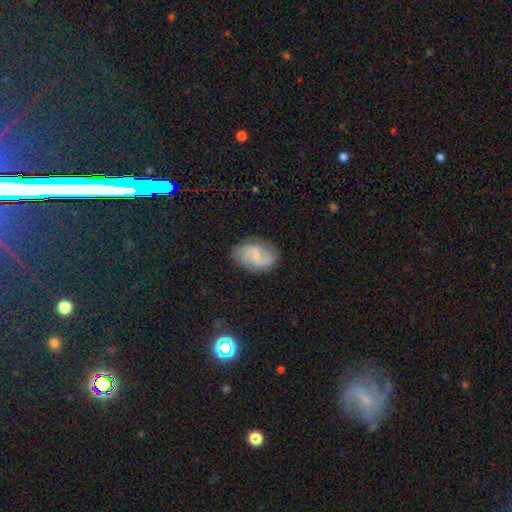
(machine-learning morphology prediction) smooth-or-featured: featured or disk: 67% | smooth: 26% | star or artifact: 7%
  disk-edge-on: no: 97% | yes: 3%
    bar: weak: 52% | no: 36% | strong: 12%
    has-spiral-arms: yes: 91% | no: 9%
      spiral-winding: medium: 47% | loose: 32% | tight: 22%
      spiral-arm-count: 2: 79% | can't tell: 11% | 3: 4% | 1: 3% | 4: 2% | more than 4: 2%
    bulge-size: small: 65% | none: 17% | moderate: 16% | large: 1% | dominant: 1%
  merging: none: 75% | minor disturbance: 18% | major disturbance: 6% | merger: 2%